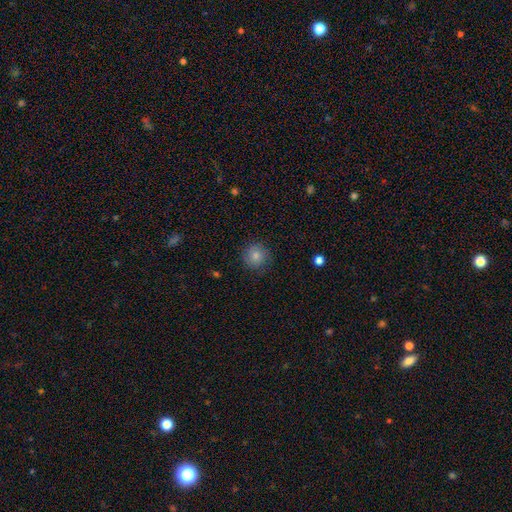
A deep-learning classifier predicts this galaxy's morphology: The model was most divided on "smooth or featured": smooth: 76%, featured or disk: 15%, star or artifact: 10%. More confident: how rounded — round (93%); merging — none (84%).